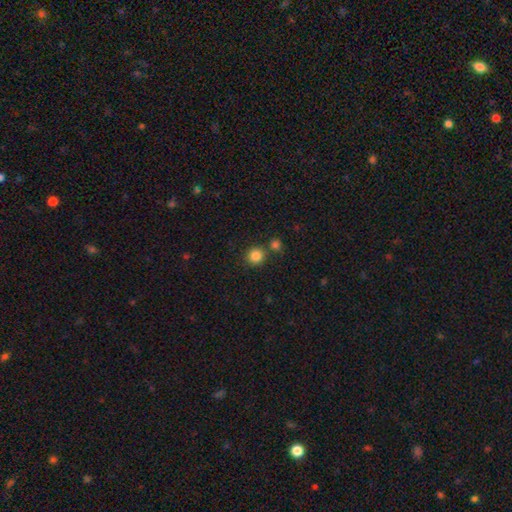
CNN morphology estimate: Smooth or featured? Predicted: smooth (p=0.84). How rounded? Predicted: round (p=0.90). Merging? Predicted: none (p=0.76).